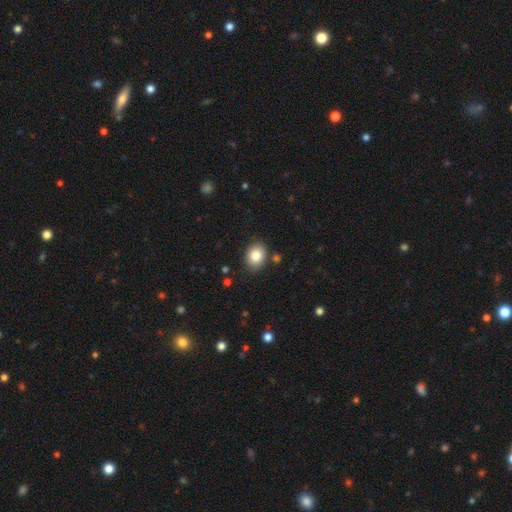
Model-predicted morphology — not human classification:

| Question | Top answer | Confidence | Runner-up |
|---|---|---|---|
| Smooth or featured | smooth | 84% | star or artifact (9%) |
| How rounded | in between | 61% | round (38%) |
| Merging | none | 83% | minor disturbance (11%) |